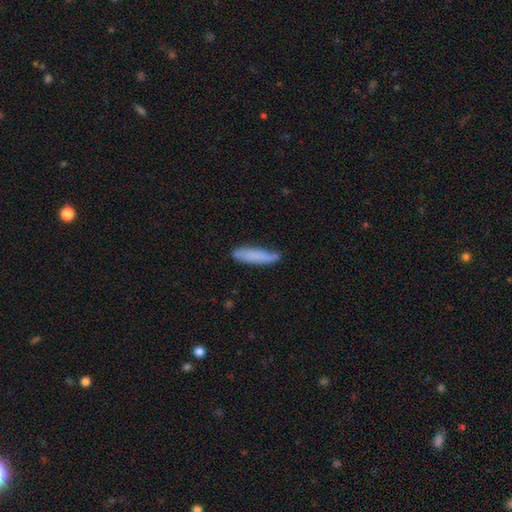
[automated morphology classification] This is likely a smooth galaxy (77%). How rounded: clearly cigar-shaped (82%). Merging: likely none (69%).